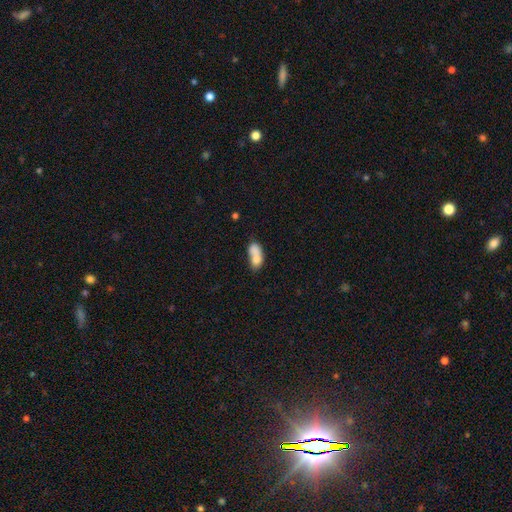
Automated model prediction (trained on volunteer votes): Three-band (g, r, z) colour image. It shows a smooth galaxy with no disk features (72%) that is in between round and cigar-shaped (80%). Merging: merger (59%).